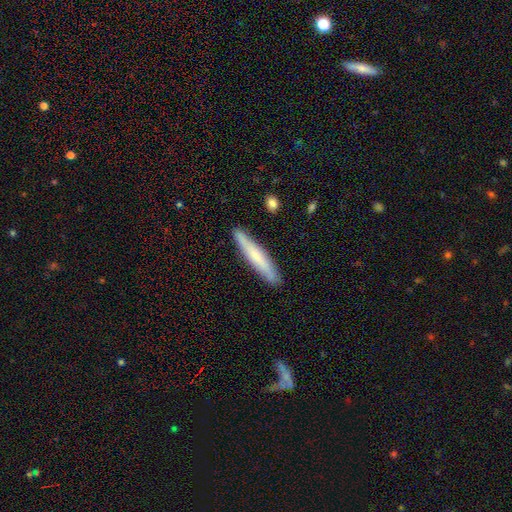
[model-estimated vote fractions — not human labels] Smooth or featured? smooth (63%)
How rounded? cigar-shaped (93%)
Merging? none (88%)